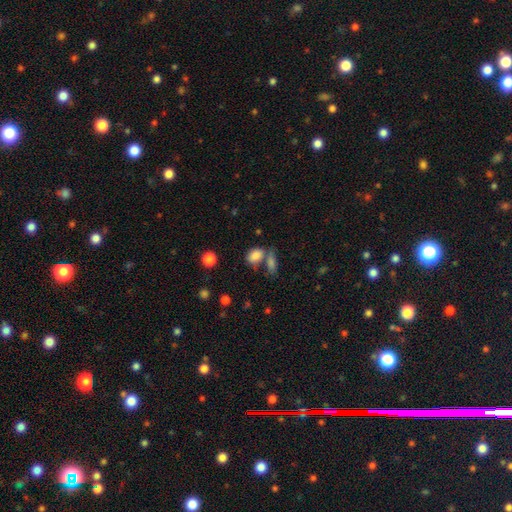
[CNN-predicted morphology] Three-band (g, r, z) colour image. It shows a smooth galaxy with no disk features (84%) that is in between round and cigar-shaped (81%). Merging: none (50%).